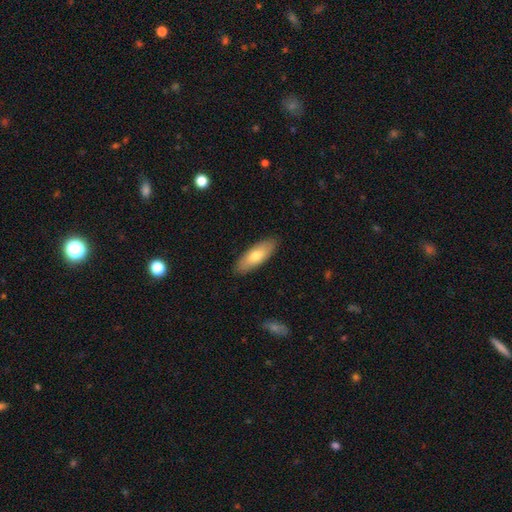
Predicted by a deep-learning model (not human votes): smooth 70%, featured or disk 24%, star or artifact 5%. Down the decision tree: how rounded — in between (72%); merging — none (88%).